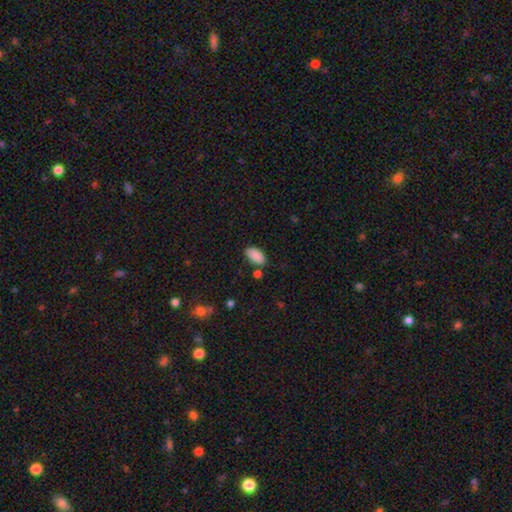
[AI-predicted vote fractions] Overall: smooth (89%). How rounded: in between (94%). Merging: none (77%).